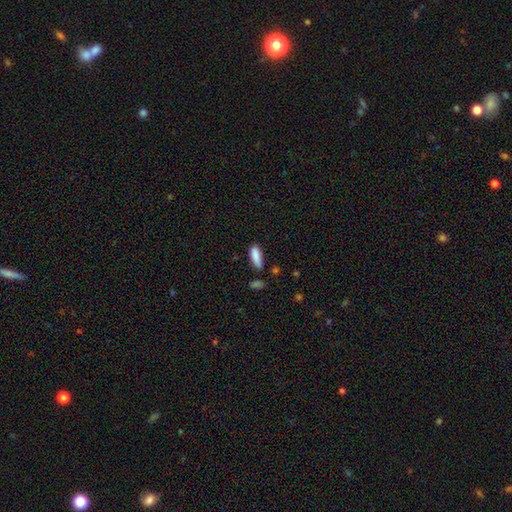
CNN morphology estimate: smooth_or_featured: smooth (p=0.87) [alt: star or artifact p=0.07]
how_rounded: in between (p=0.63) [alt: cigar-shaped p=0.36]
merging: none (p=0.66) [alt: minor disturbance p=0.24]